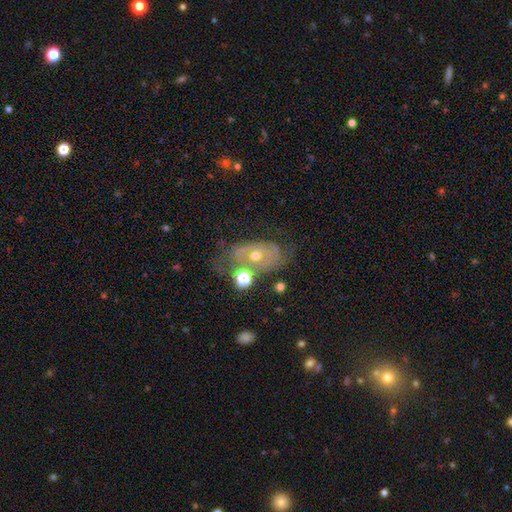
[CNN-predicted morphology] This appears to be a featured or disk galaxy (68%) with no bar (79%), spiral arms (71%) and a moderate central bulge (65%). Merging: none (49%).